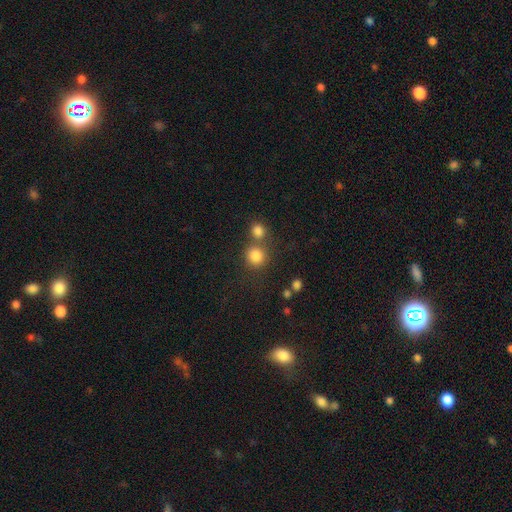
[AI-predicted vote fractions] smooth 82%, star or artifact 12%, featured or disk 6%. Down the decision tree: how rounded — round (89%); merging — none (59%).